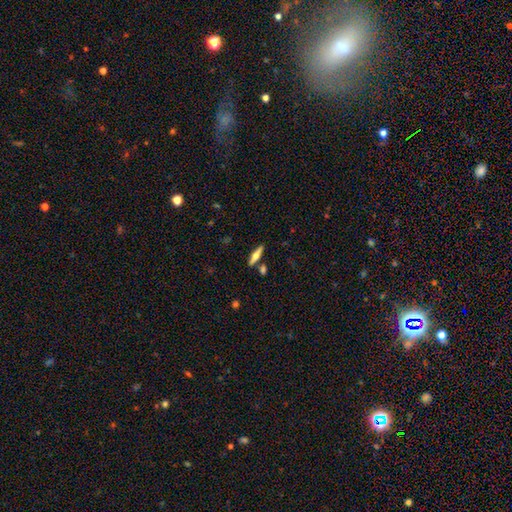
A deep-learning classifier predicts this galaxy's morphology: featured or disk 52%, smooth 42%, star or artifact 7%. Down the decision tree: edge-on disk — yes (94%); merging — none (80%).